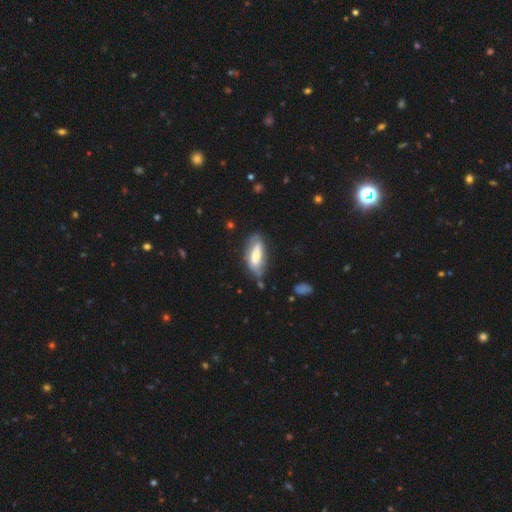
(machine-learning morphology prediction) smooth-or-featured: featured or disk: 48% | smooth: 46% | star or artifact: 6%
  merging: none: 56% | minor disturbance: 28% | major disturbance: 11% | merger: 4%